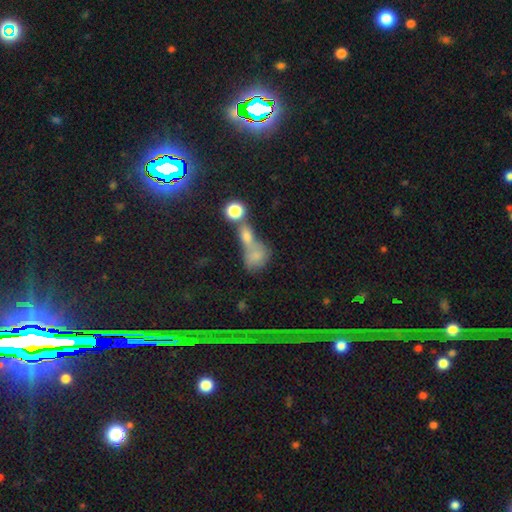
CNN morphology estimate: The model was most divided on "how rounded": round: 48%, in between: 47%, cigar-shaped: 5%. More confident: smooth or featured — smooth (72%); merging — merger (60%).